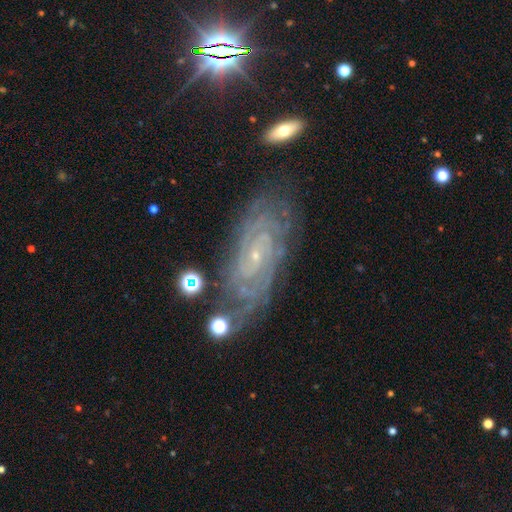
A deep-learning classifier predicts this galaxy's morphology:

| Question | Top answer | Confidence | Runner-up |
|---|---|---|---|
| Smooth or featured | featured or disk | 84% | star or artifact (9%) |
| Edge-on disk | no | 92% | yes (8%) |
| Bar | no | 59% | weak (31%) |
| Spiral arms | yes | 96% | no (4%) |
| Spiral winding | tight | 75% | medium (20%) |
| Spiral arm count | can't tell | 38% | 2 (20%) |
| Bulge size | small | 86% | moderate (9%) |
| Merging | none | 72% | minor disturbance (18%) |